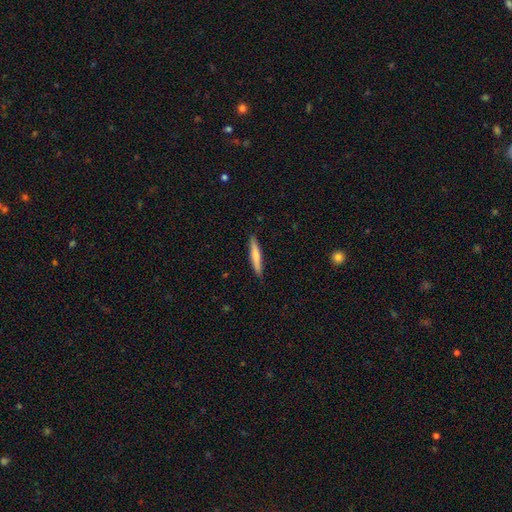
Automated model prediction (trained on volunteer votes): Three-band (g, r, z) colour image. It shows a smooth galaxy with no disk features (62%) that is cigar-shaped (92%). Merging: none (90%).